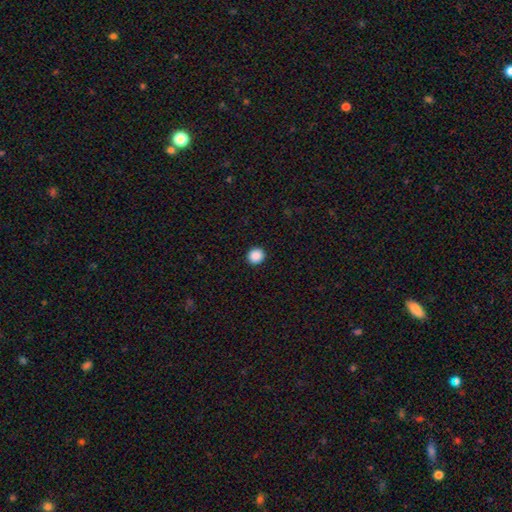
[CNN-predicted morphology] This is clearly a smooth galaxy (88%). How rounded: clearly round (89%). Merging: clearly none (93%).